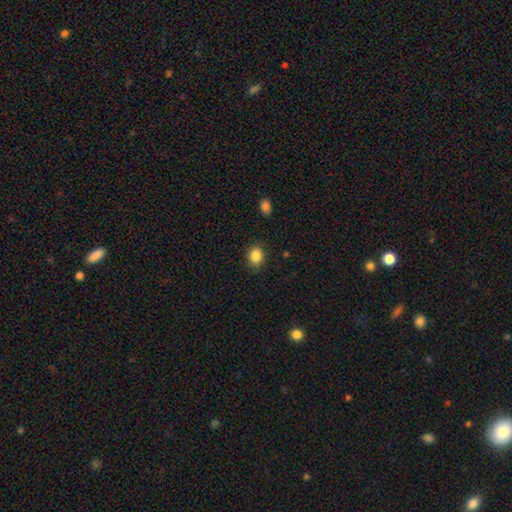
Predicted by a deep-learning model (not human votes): Smooth or featured? Predicted: smooth (p=0.86). How rounded? Predicted: round (p=0.52). Merging? Predicted: none (p=0.83).